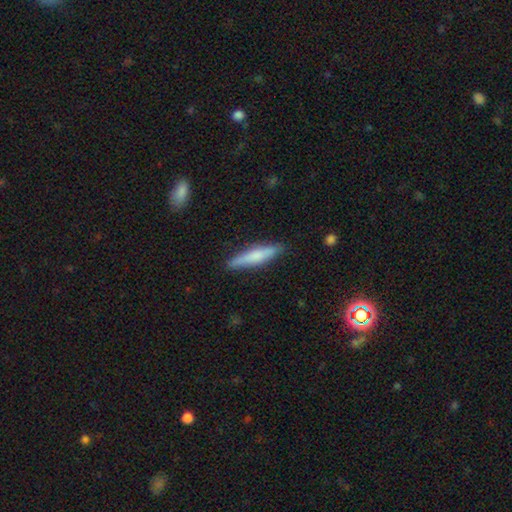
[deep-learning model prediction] smooth 65%, featured or disk 29%, star or artifact 6%. Down the decision tree: how rounded — cigar-shaped (86%); merging — none (87%).